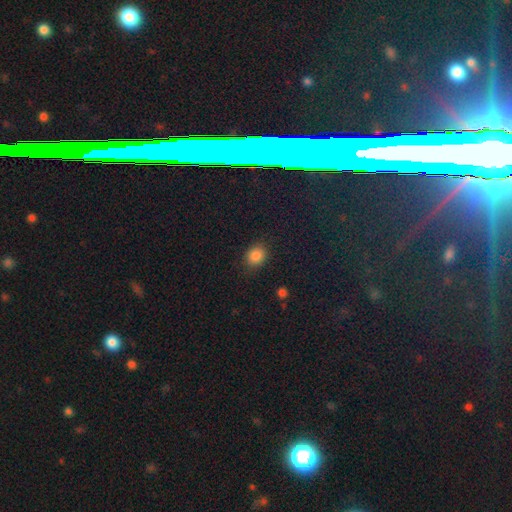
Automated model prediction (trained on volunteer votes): Smooth or featured: smooth — 85% (star or artifact — 11%)
How rounded: round — 63% (in between — 36%)
Merging: none — 84% (minor disturbance — 11%)